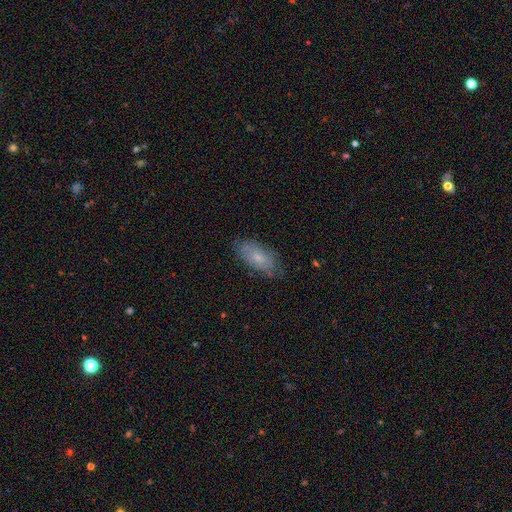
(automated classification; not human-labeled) Q: Smooth or featured?
A: smooth (64%); runner-up: featured or disk (27%)
Q: How rounded?
A: in between (84%); runner-up: cigar-shaped (13%)
Q: Merging?
A: none (78%); runner-up: minor disturbance (17%)